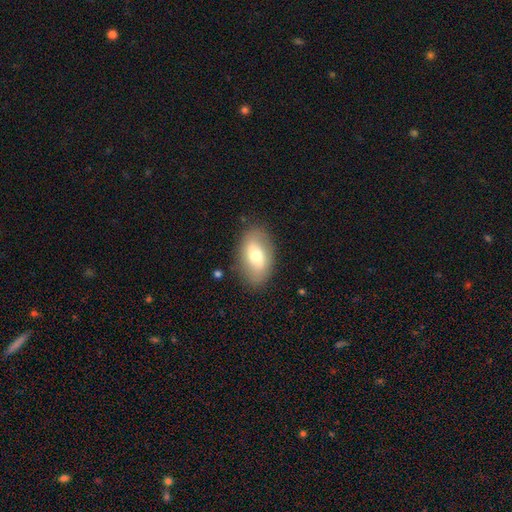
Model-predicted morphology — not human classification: A smooth galaxy with no disk features (60%) that is in between round and cigar-shaped (89%).

Vote fractions:
- Smooth or featured? smooth: 60% / featured or disk: 33% / star or artifact: 7%
- How rounded? in between: 89% / round: 8% / cigar-shaped: 2%
- Merging? none: 83% / minor disturbance: 12% / major disturbance: 4% / merger: 1%